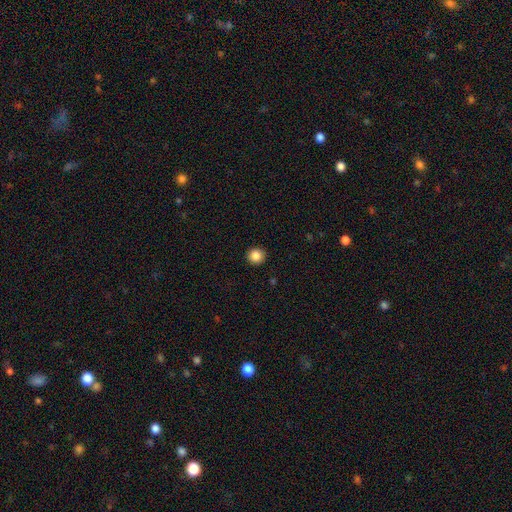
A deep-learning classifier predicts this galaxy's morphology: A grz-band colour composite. It shows a smooth galaxy with no disk features (86%) that is round (93%). Merging: none (93%).